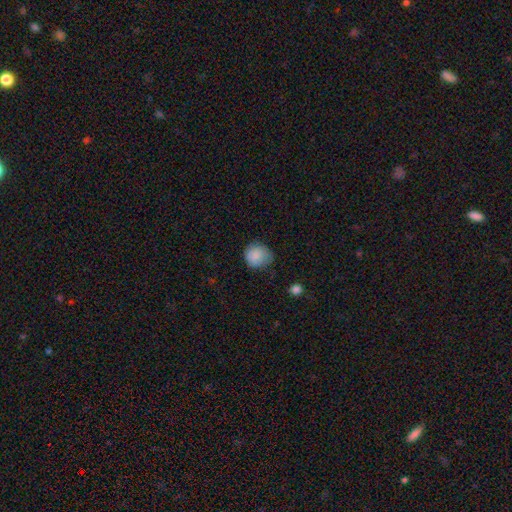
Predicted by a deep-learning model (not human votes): smooth 86%, star or artifact 8%, featured or disk 6%. Down the decision tree: how rounded — round (84%); merging — none (67%).